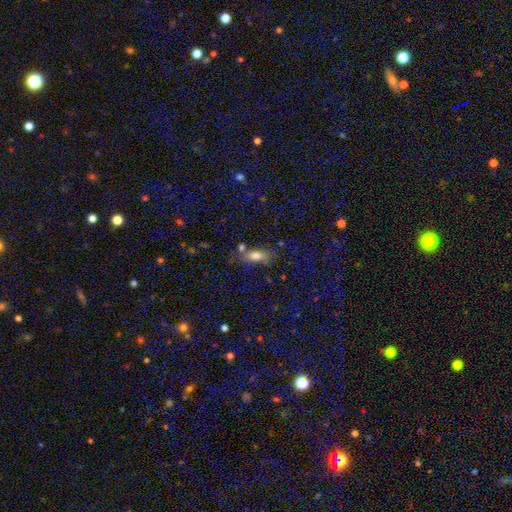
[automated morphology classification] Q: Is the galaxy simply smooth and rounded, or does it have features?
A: smooth — 77%.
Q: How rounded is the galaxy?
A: in between — 78%.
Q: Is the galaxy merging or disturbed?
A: none — 61%.